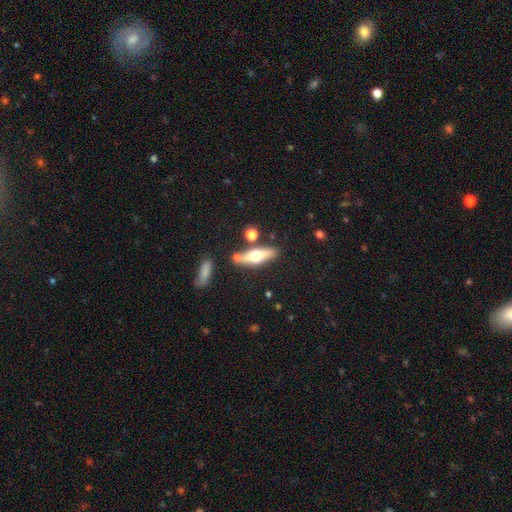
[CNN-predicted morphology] A smooth galaxy with no disk features (49%).

Vote fractions:
- Smooth or featured? smooth: 49% / featured or disk: 44% / star or artifact: 7%
- Merging? none: 74% / minor disturbance: 13% / merger: 10% / major disturbance: 4%